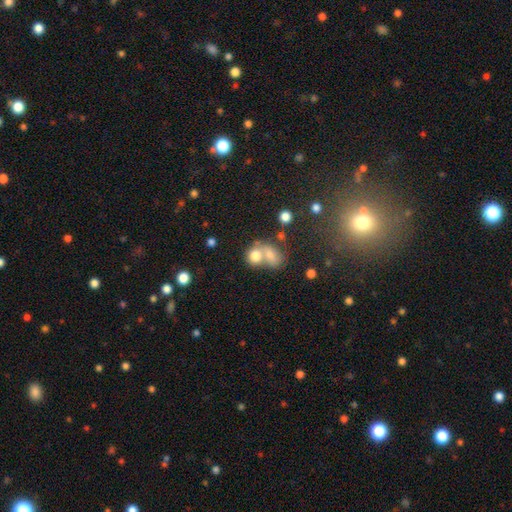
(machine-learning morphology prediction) Smooth or featured: smooth — 75% (featured or disk — 14%)
How rounded: round — 58% (in between — 40%)
Merging: merger — 60% (none — 27%)